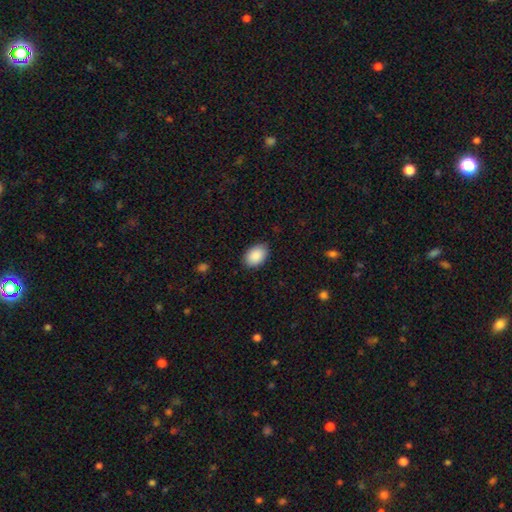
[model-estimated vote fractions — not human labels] Morphology: type=smooth (90%); roundness=in between (87%); merging=none (86%).